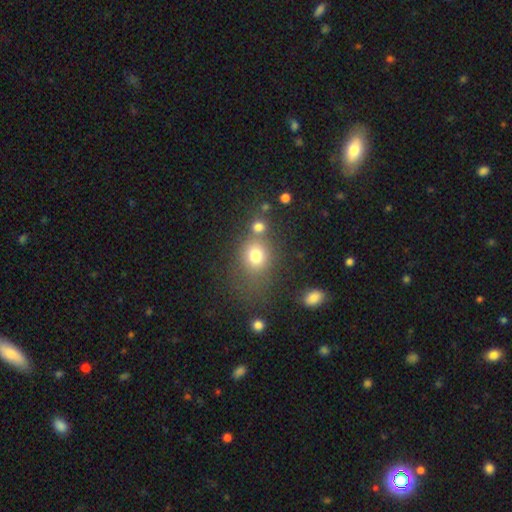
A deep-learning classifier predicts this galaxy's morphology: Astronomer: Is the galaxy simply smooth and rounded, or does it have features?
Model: smooth — 75%.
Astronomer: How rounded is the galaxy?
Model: round — 64%.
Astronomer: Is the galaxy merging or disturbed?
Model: none — 53%.